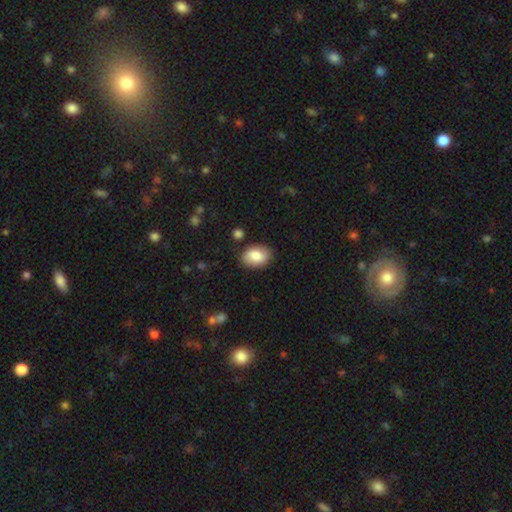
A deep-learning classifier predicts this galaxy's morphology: smooth_or_featured: smooth (p=0.84) [alt: featured or disk p=0.09]
how_rounded: in between (p=0.85) [alt: round p=0.14]
merging: none (p=0.84) [alt: minor disturbance p=0.12]